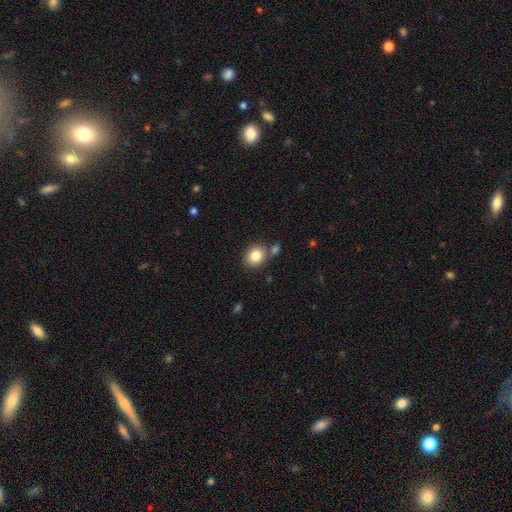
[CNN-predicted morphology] smooth-or-featured: smooth: 83% | star or artifact: 9% | featured or disk: 7%
  how-rounded: round: 64% | in between: 35% | cigar-shaped: 1%
  merging: none: 72% | merger: 14% | minor disturbance: 11% | major disturbance: 3%